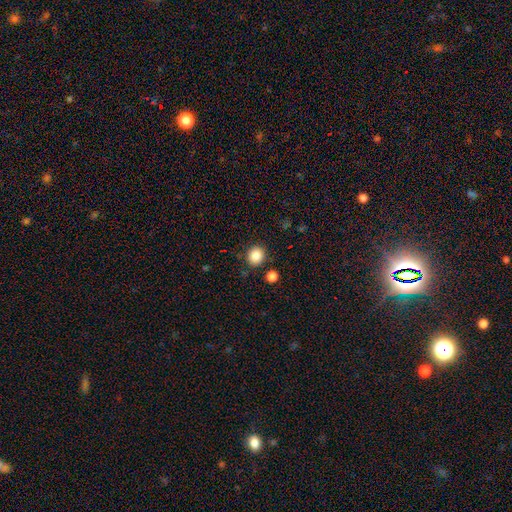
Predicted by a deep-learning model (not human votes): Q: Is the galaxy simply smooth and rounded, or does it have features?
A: smooth — 87%.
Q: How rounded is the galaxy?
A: round — 81%.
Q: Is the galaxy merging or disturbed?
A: none — 87%.